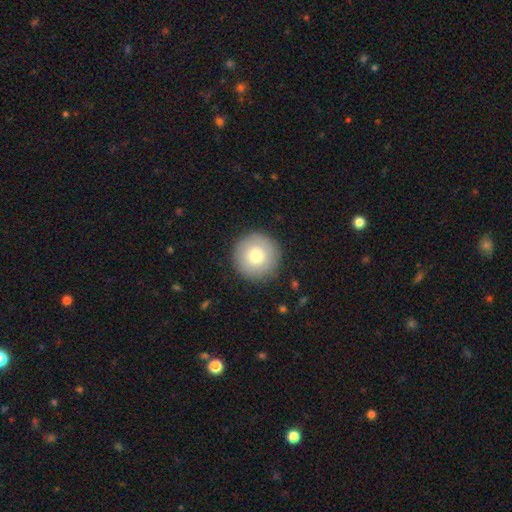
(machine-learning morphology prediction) Smooth or featured: smooth — 77% (featured or disk — 15%)
How rounded: round — 97% (in between — 3%)
Merging: none — 90% (minor disturbance — 7%)